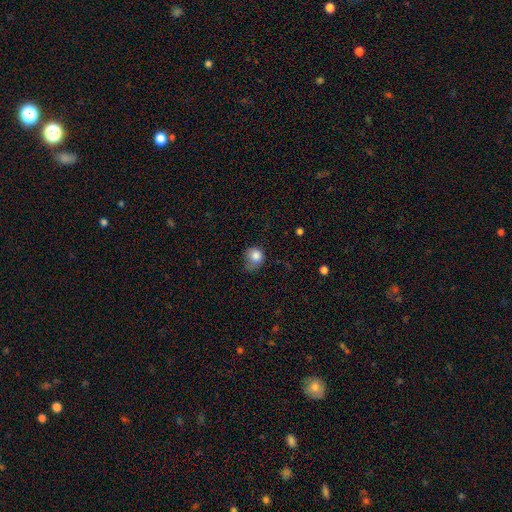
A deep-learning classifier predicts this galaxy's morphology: This is clearly a smooth galaxy (82%). How rounded: likely round (74%). Merging: marginally minor disturbance (39%).